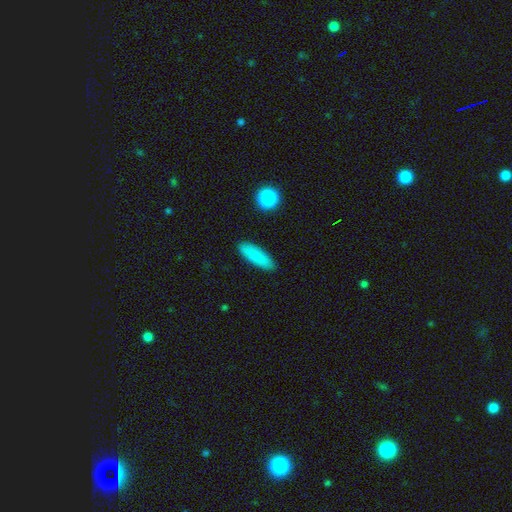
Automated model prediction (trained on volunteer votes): This appears to be a smooth galaxy with no disk features (85%) that is in between round and cigar-shaped (49%, tied with cigar-shaped). Merging: none (88%).